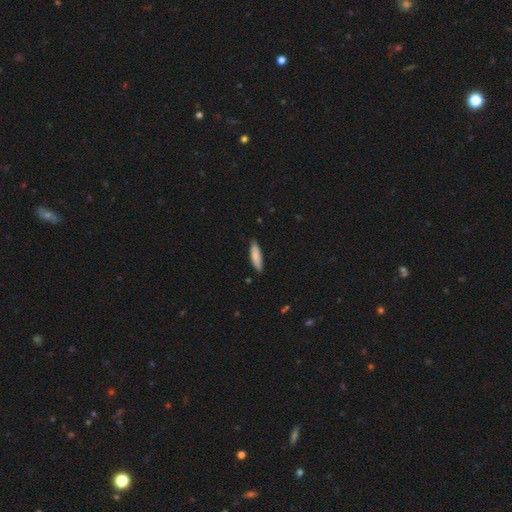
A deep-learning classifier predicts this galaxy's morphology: smooth 82%, featured or disk 13%, star or artifact 6%. Down the decision tree: how rounded — cigar-shaped (65%); merging — none (83%).